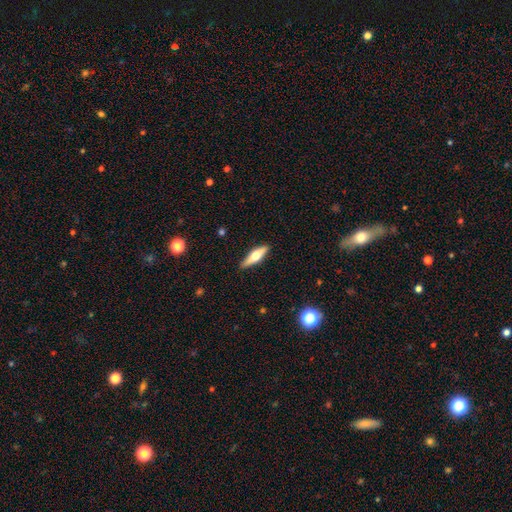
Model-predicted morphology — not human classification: This is possibly a featured or disk galaxy (48%). Merging: clearly none (88%).